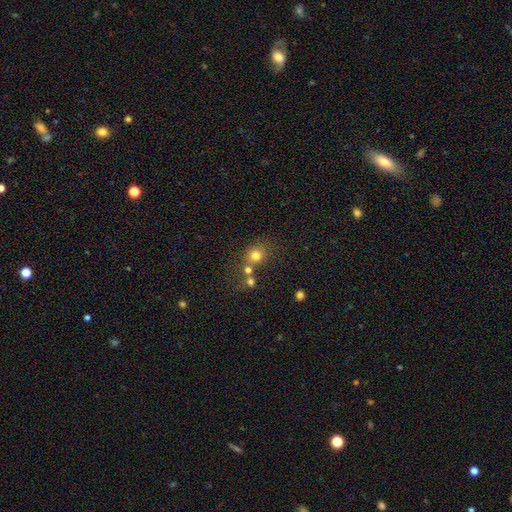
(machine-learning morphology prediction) This is likely a smooth galaxy (75%). How rounded: likely round (80%). Merging: possibly none (55%).